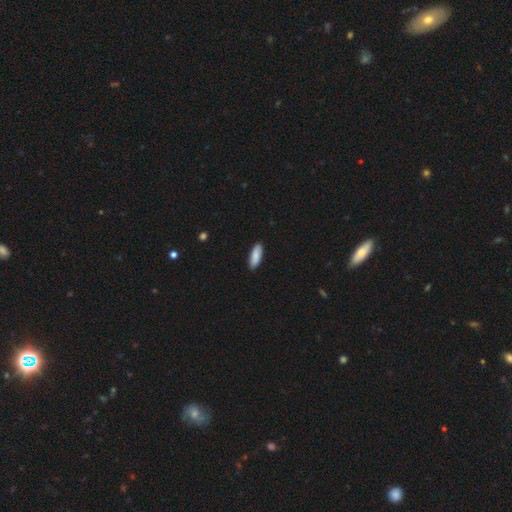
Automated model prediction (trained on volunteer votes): smooth-or-featured: smooth: 87% | featured or disk: 8% | star or artifact: 6%
  how-rounded: in between: 69% | cigar-shaped: 30% | round: 2%
  merging: none: 89% | minor disturbance: 9% | major disturbance: 1% | merger: 1%